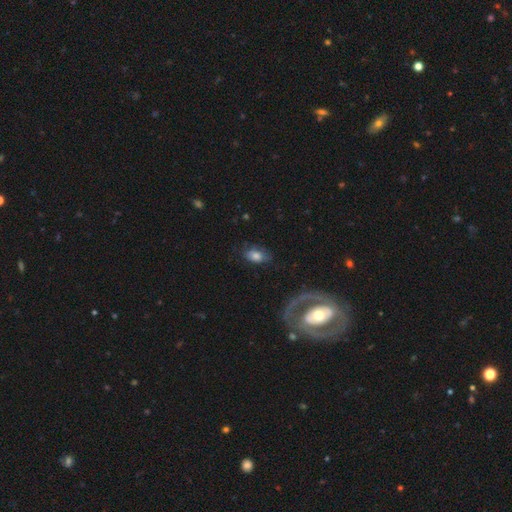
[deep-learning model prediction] smooth-or-featured: smooth: 65% | featured or disk: 26% | star or artifact: 9%
  how-rounded: in between: 86% | round: 11% | cigar-shaped: 3%
  merging: none: 63% | minor disturbance: 21% | major disturbance: 13% | merger: 3%